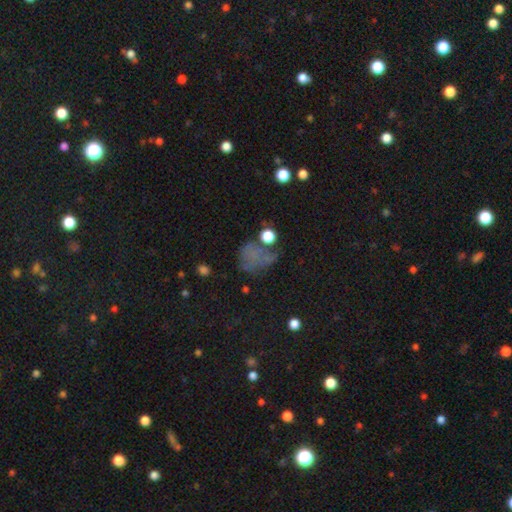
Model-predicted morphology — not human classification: Smooth or featured: smooth — 50% (star or artifact — 30%)
Merging: none — 40% (major disturbance — 30%)